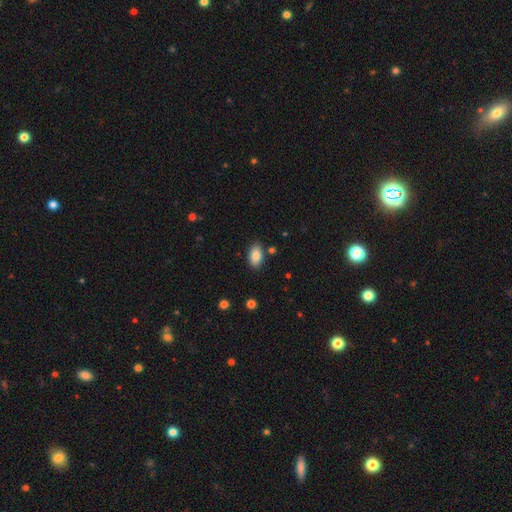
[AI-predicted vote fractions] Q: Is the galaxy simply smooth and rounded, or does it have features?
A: smooth — 84%.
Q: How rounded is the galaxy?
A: in between — 93%.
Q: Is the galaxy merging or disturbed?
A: none — 86%.